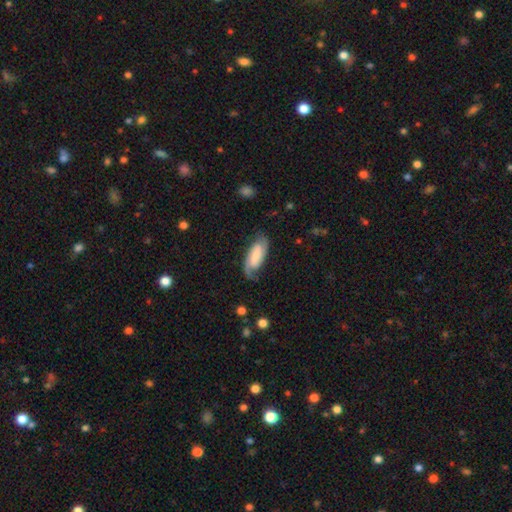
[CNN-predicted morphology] smooth_or_featured: featured or disk (p=0.63) [alt: smooth p=0.31]
disk_edge_on: no (p=0.93) [alt: yes p=0.07]
bar: weak (p=0.39) [alt: no p=0.33]
has_spiral_arms: yes (p=0.93) [alt: no p=0.07]
spiral_winding: medium (p=0.43) [alt: tight p=0.32]
spiral_arm_count: 2 (p=0.83) [alt: can't tell p=0.08]
bulge_size: none (p=0.33) [alt: small p=0.27]
merging: none (p=0.70) [alt: minor disturbance p=0.20]